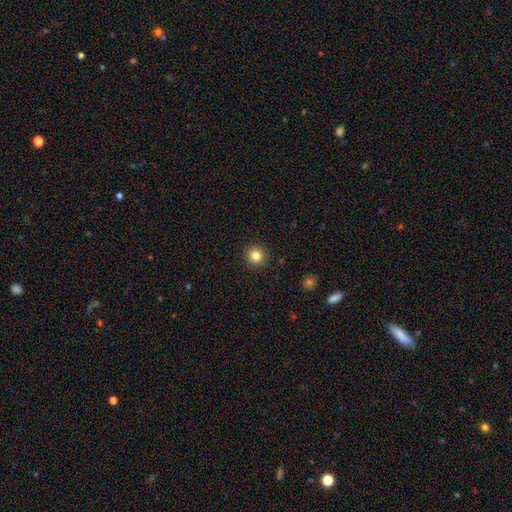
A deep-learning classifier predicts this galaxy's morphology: Smooth or featured?
  - smooth: 83% *
  - star or artifact: 11%
  - featured or disk: 5%
How rounded?
  - round: 93% *
  - in between: 6%
  - cigar-shaped: 1%
Merging?
  - none: 92% *
  - minor disturbance: 5%
  - major disturbance: 2%
  - merger: 1%